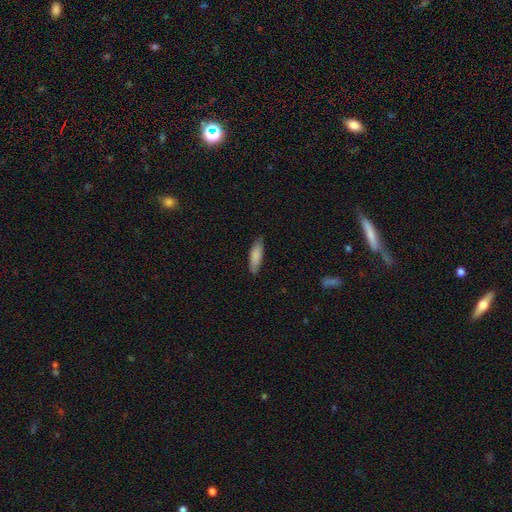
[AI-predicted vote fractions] Smooth or featured? Predicted: smooth (p=0.84). How rounded? Predicted: cigar-shaped (p=0.55). Merging? Predicted: none (p=0.83).